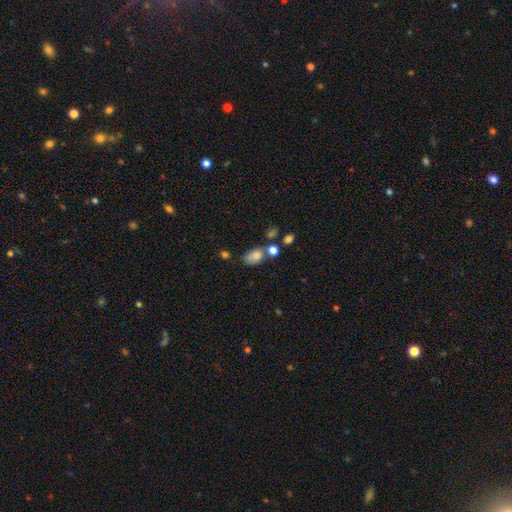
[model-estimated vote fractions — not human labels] Morphology: type=smooth (79%); roundness=in between (85%); merging=none (42%).